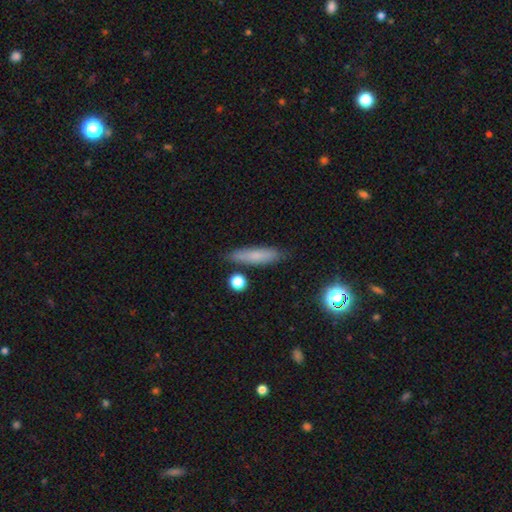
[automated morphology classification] smooth-or-featured: smooth: 74% | featured or disk: 17% | star or artifact: 9%
  how-rounded: cigar-shaped: 78% | in between: 19% | round: 3%
  merging: none: 83% | minor disturbance: 12% | merger: 3% | major disturbance: 3%